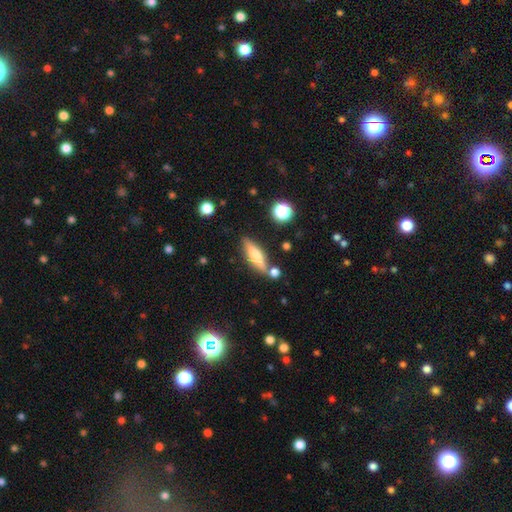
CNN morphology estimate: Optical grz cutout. It shows a smooth galaxy with no disk features (48%). Merging: none (75%).